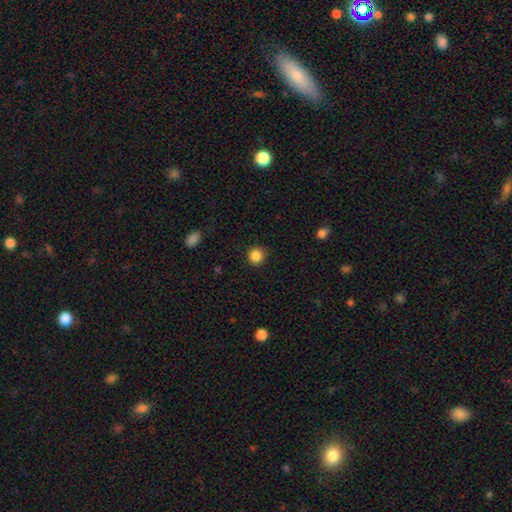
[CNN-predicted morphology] smooth 86%, star or artifact 11%, featured or disk 3%. Down the decision tree: how rounded — round (93%); merging — none (87%).